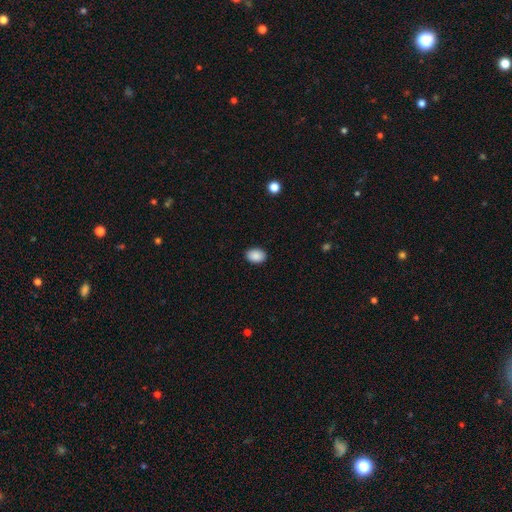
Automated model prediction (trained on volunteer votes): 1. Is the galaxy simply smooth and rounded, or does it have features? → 90% smooth, 7% star or artifact, 3% featured or disk.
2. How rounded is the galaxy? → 79% in between, 20% round, 1% cigar-shaped.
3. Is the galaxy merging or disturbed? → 90% none, 7% minor disturbance, 2% major disturbance, 1% merger.